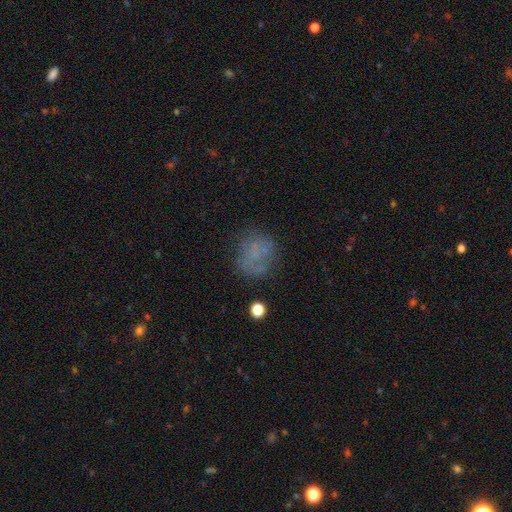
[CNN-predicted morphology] Smooth or featured: smooth — 55% (featured or disk — 27%)
How rounded: round — 70% (in between — 29%)
Merging: none — 61% (minor disturbance — 20%)